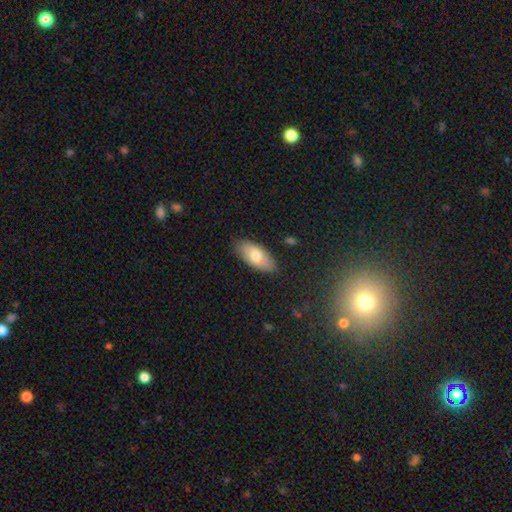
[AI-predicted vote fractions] smooth-or-featured: smooth: 70% | featured or disk: 24% | star or artifact: 6%
  how-rounded: in between: 91% | cigar-shaped: 6% | round: 2%
  merging: none: 84% | minor disturbance: 12% | major disturbance: 2% | merger: 1%